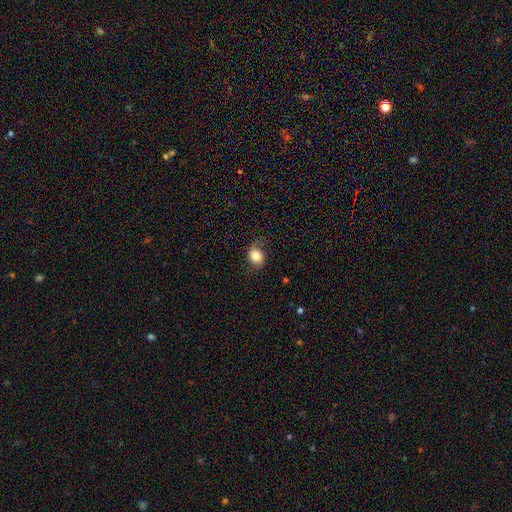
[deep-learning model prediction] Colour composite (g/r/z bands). It shows a smooth galaxy with no disk features (83%) that is in between round and cigar-shaped (55%). Merging: none (75%).